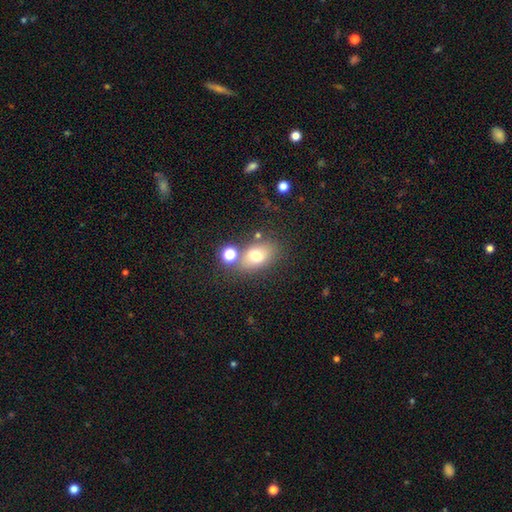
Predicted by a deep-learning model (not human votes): This is likely a smooth galaxy (70%). How rounded: likely in between (71%). Merging: likely none (66%).